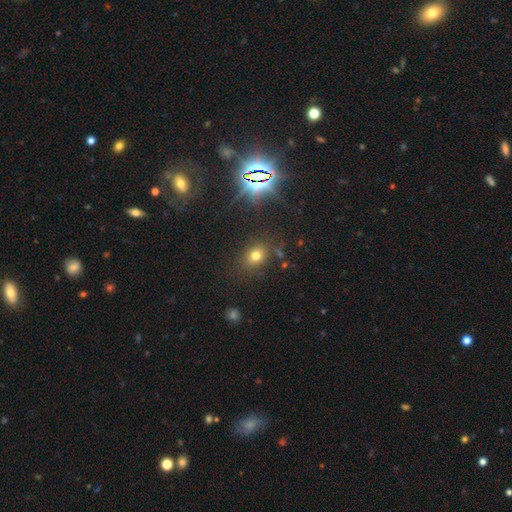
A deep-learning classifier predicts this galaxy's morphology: The model was most divided on "how rounded" (2-way tie): in between: 49%, round: 49%, cigar-shaped: 1%. More confident: merging — none (80%); smooth or featured — smooth (68%).